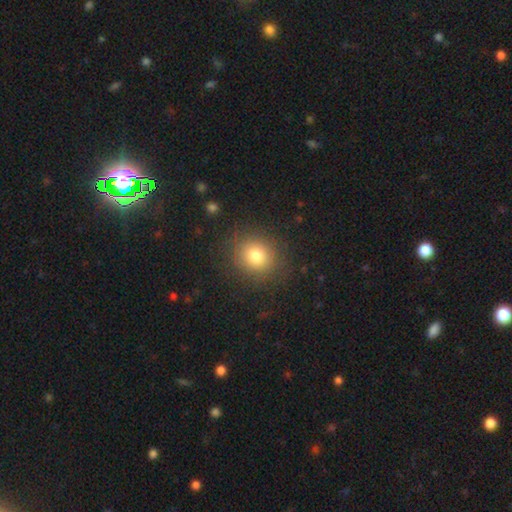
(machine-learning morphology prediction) This is likely a smooth galaxy (79%). How rounded: clearly round (82%). Merging: clearly none (86%).